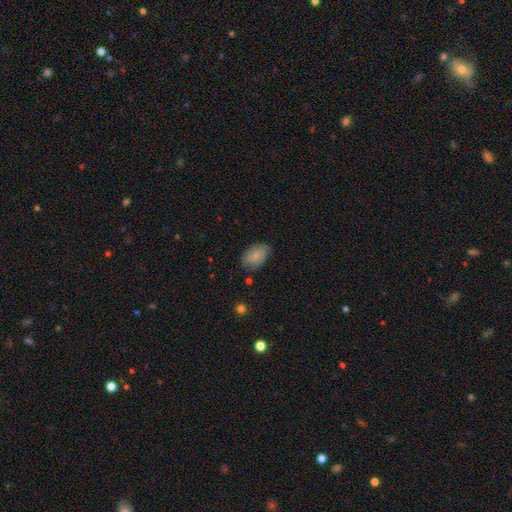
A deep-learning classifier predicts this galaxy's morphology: type=smooth (72%); roundness=in between (90%); merging=none (70%).